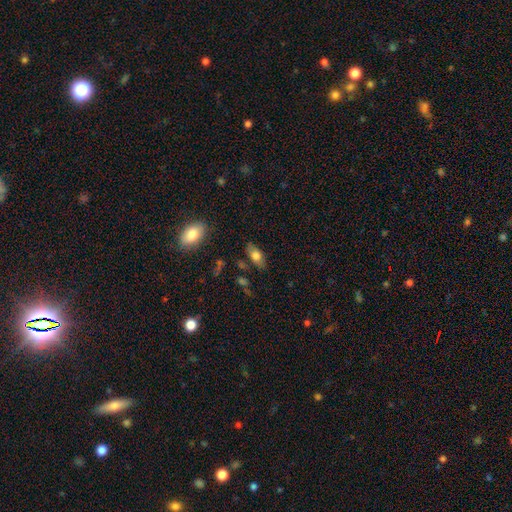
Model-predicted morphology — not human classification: smooth-or-featured: smooth: 70% | featured or disk: 22% | star or artifact: 8%
  how-rounded: in between: 85% | cigar-shaped: 10% | round: 5%
  merging: none: 79% | minor disturbance: 15% | major disturbance: 4% | merger: 3%